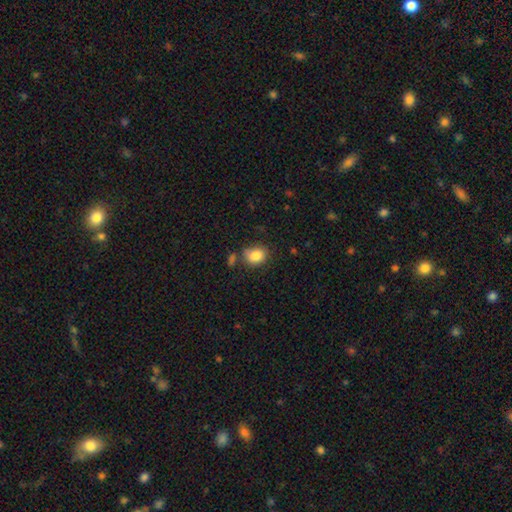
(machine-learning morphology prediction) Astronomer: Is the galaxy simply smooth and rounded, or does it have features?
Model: smooth — 84%.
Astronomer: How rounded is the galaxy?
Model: round — 51% (runner-up: in between, 48%).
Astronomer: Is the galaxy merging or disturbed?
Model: none — 66%.